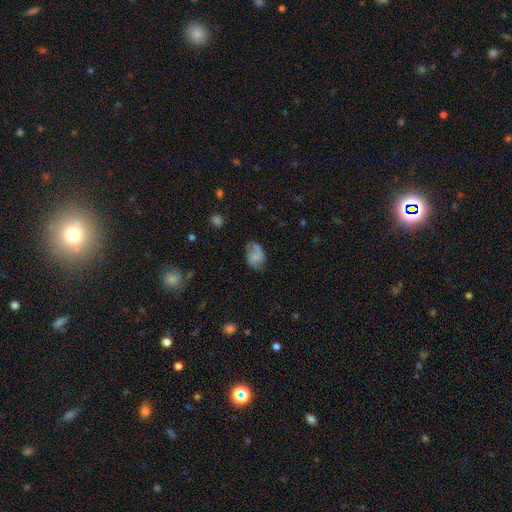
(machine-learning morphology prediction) smooth_or_featured: smooth (p=0.60) [alt: featured or disk p=0.30]
how_rounded: in between (p=0.81) [alt: round p=0.17]
merging: none (p=0.59) [alt: minor disturbance p=0.27]